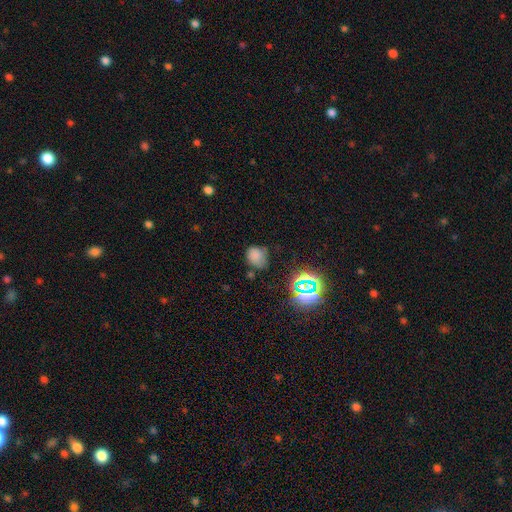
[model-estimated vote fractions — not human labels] smooth_or_featured: smooth (p=0.70) [alt: star or artifact p=0.21]
how_rounded: round (p=0.54) [alt: in between p=0.45]
merging: none (p=0.55) [alt: minor disturbance p=0.30]